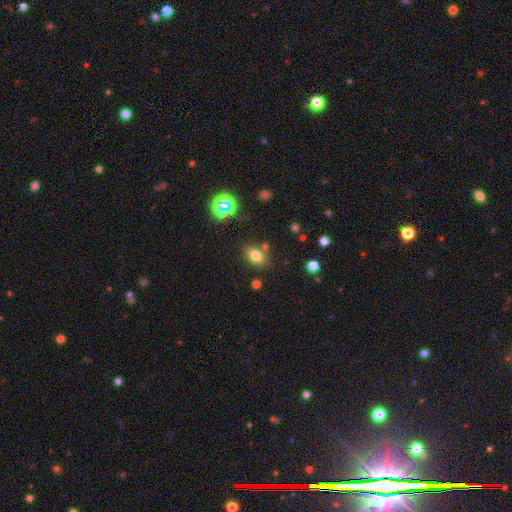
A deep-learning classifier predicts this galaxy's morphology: This appears to be a smooth galaxy with no disk features (75%) that is in between round and cigar-shaped (73%). Merging: none (73%).